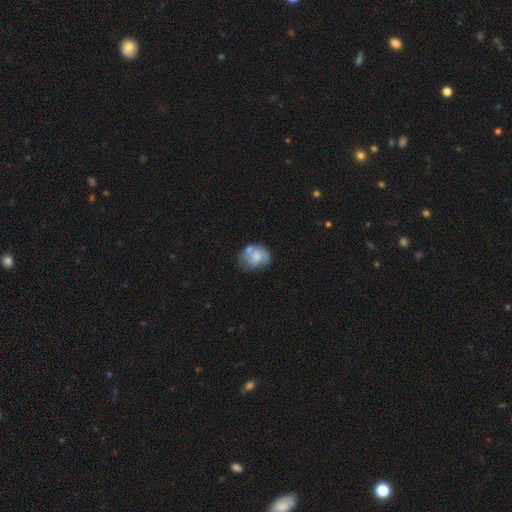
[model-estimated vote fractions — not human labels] smooth_or_featured: smooth (p=0.51) [alt: featured or disk p=0.41]
how_rounded: in between (p=0.50) [alt: round p=0.49]
merging: none (p=0.38) [alt: minor disturbance p=0.26]